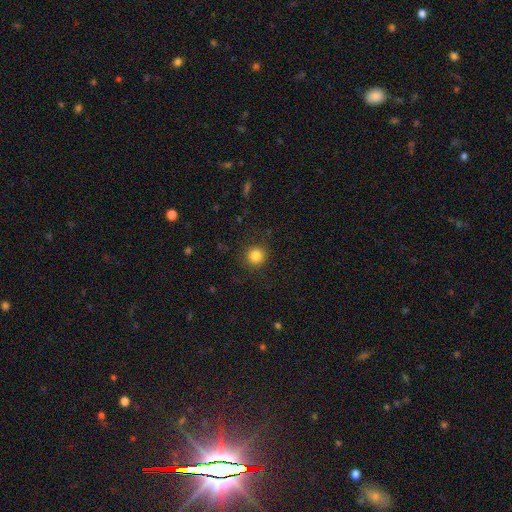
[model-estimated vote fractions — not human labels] The model was most divided on "smooth or featured": smooth: 84%, star or artifact: 11%, featured or disk: 5%. More confident: how rounded — round (94%); merging — none (89%).